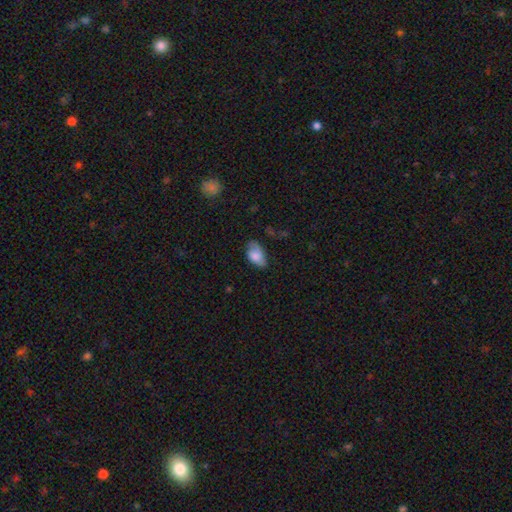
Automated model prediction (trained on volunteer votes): Smooth or featured? smooth (77%)
How rounded? in between (93%)
Merging? none (61%)